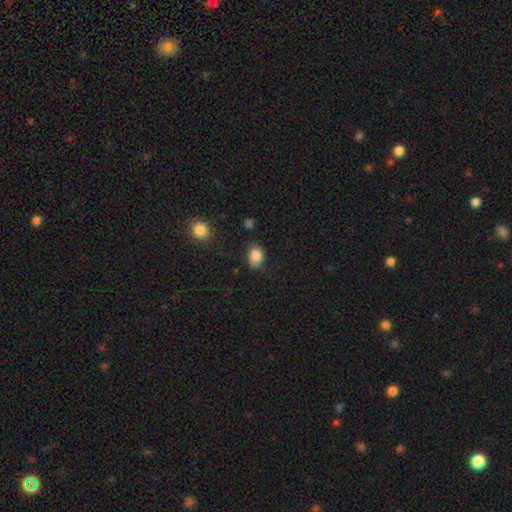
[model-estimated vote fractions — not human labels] The model was most divided on "how rounded": in between: 66%, round: 33%, cigar-shaped: 1%. More confident: smooth or featured — smooth (86%); merging — none (69%).